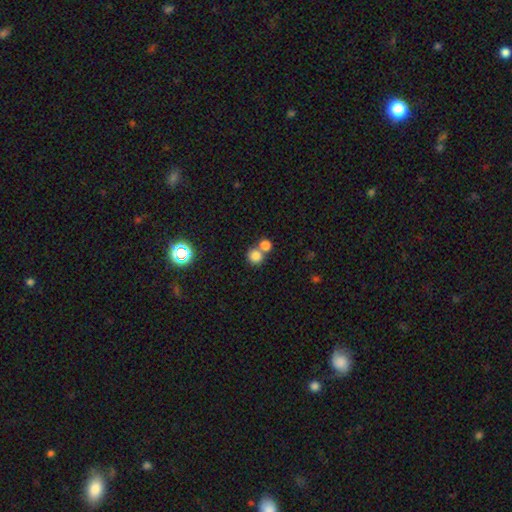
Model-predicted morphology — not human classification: This is likely a smooth galaxy (80%). How rounded: clearly round (88%). Merging: possibly none (49%).